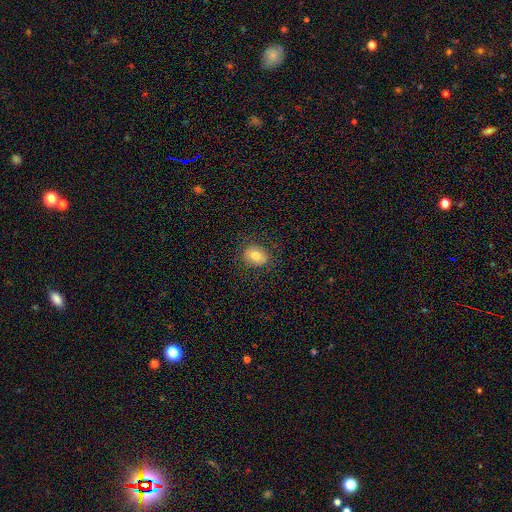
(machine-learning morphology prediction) type=smooth (78%); roundness=in between (56%); merging=none (83%).